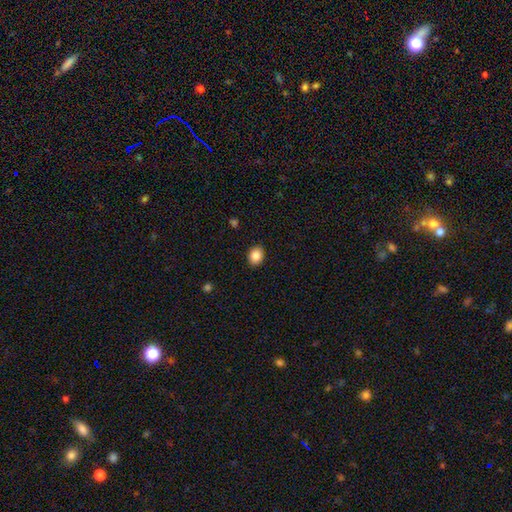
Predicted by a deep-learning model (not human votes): This appears to be a smooth galaxy with no disk features (86%) that is in between round and cigar-shaped (52%). Merging: none (90%).